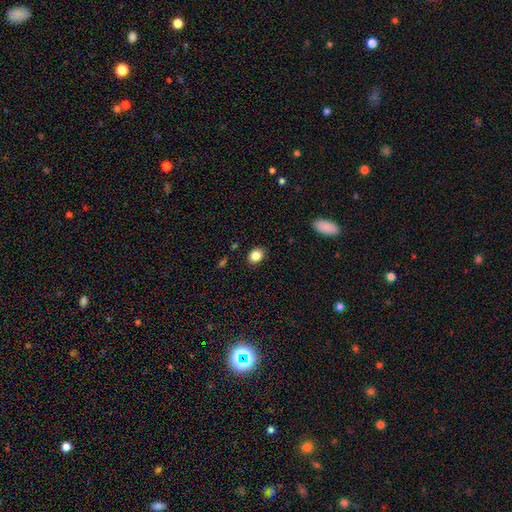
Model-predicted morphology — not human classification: Smooth or featured? smooth (84%)
How rounded? in between (54%)
Merging? none (88%)